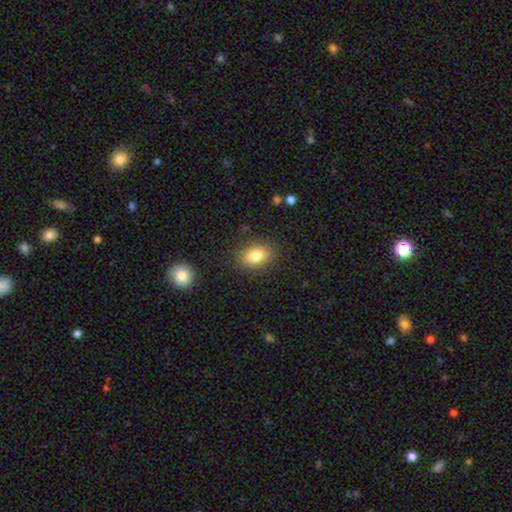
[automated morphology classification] Q: Smooth or featured?
A: smooth (81%); runner-up: featured or disk (9%)
Q: How rounded?
A: in between (76%); runner-up: round (23%)
Q: Merging?
A: none (86%); runner-up: minor disturbance (10%)